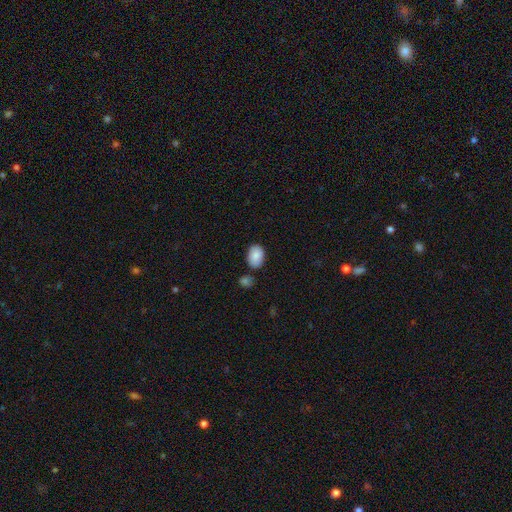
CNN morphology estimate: smooth 88%, star or artifact 7%, featured or disk 6%. Down the decision tree: how rounded — in between (82%); merging — none (75%).